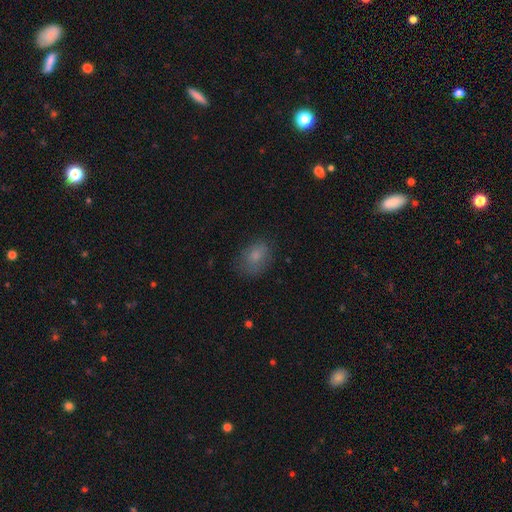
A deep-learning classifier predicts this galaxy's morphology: Q: Smooth or featured?
A: smooth (78%); runner-up: featured or disk (12%)
Q: How rounded?
A: in between (75%); runner-up: round (23%)
Q: Merging?
A: none (69%); runner-up: minor disturbance (22%)